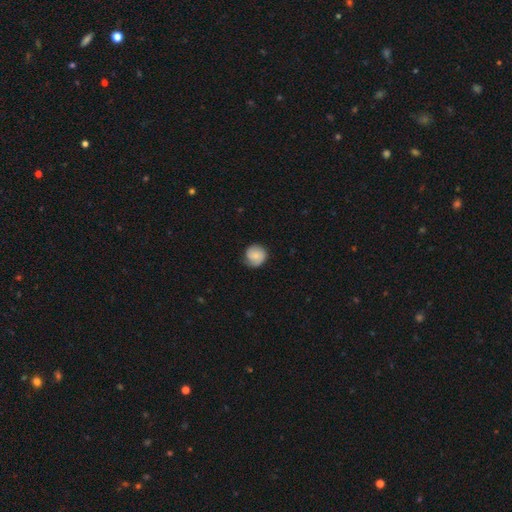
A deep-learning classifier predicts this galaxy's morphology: type=smooth (72%); roundness=round (89%); merging=none (76%).